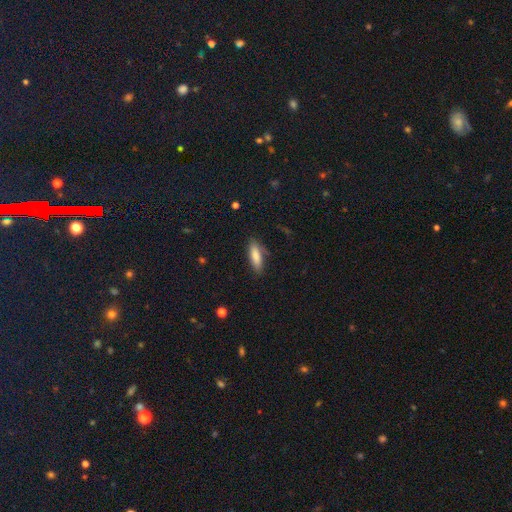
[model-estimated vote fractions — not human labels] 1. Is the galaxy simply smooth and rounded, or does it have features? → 82% smooth, 11% featured or disk, 7% star or artifact.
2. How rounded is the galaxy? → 52% in between, 47% cigar-shaped, 2% round.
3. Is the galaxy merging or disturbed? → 77% none, 17% minor disturbance, 4% major disturbance, 2% merger.